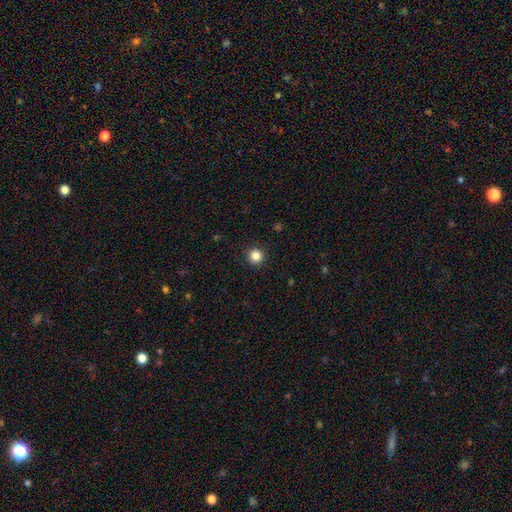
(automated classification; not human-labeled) Smooth or featured? Predicted: smooth (p=0.84). How rounded? Predicted: round (p=0.96). Merging? Predicted: none (p=0.93).